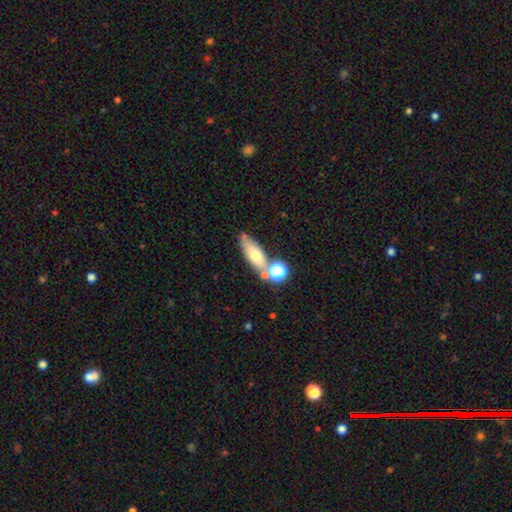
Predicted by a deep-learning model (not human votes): smooth-or-featured: smooth: 64% | featured or disk: 24% | star or artifact: 12%
  how-rounded: in between: 56% | cigar-shaped: 36% | round: 9%
  merging: none: 58% | merger: 22% | minor disturbance: 14% | major disturbance: 6%